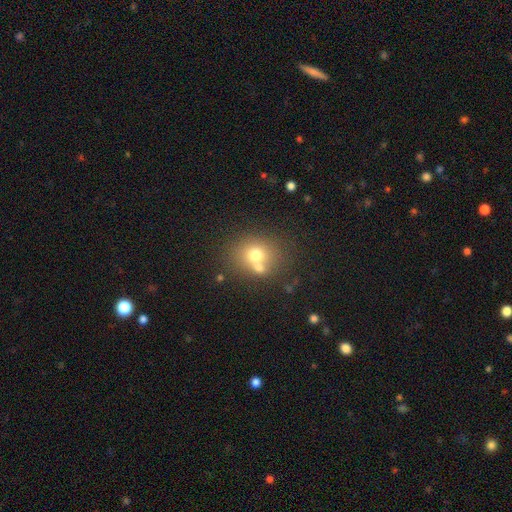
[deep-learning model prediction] Smooth or featured? smooth (68%)
How rounded? round (68%)
Merging? none (51%)